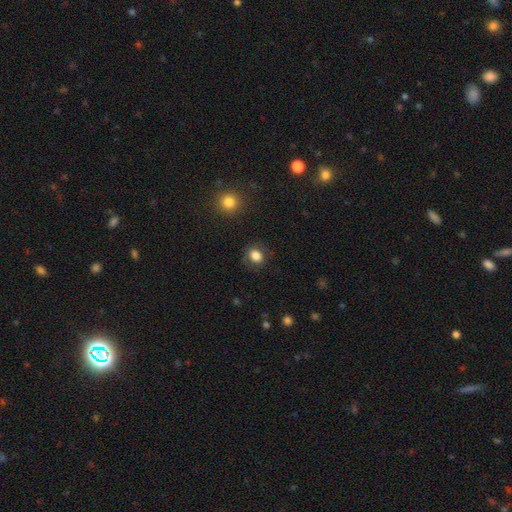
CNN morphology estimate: Smooth or featured? smooth (83%)
How rounded? round (51%)
Merging? none (80%)